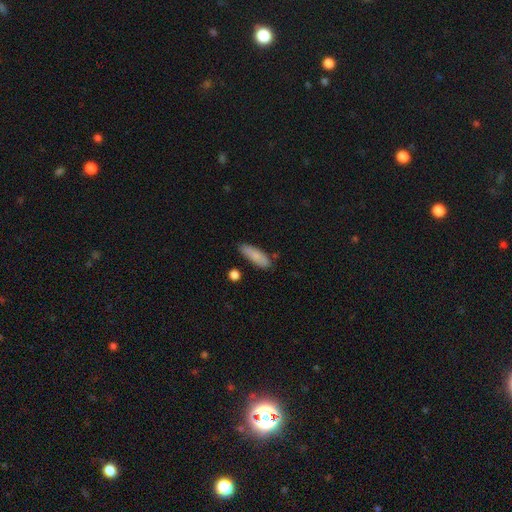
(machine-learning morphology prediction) This is clearly a smooth galaxy (80%). How rounded: possibly in between (52%). Merging: likely none (75%).